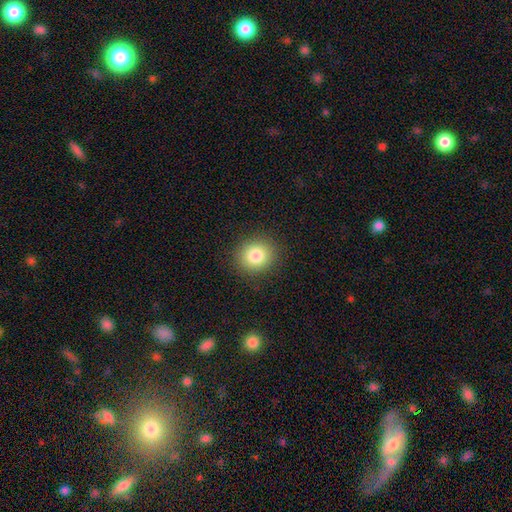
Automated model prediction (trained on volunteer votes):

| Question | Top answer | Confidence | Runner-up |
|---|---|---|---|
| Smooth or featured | smooth | 82% | star or artifact (11%) |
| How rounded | round | 81% | in between (18%) |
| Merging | none | 89% | minor disturbance (7%) |